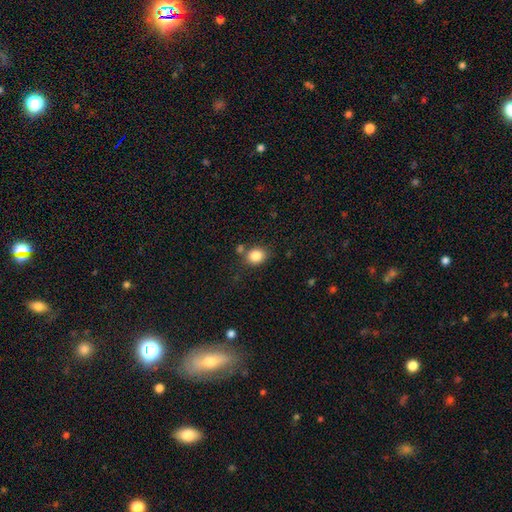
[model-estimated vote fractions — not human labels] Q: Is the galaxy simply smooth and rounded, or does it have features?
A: smooth — 84%.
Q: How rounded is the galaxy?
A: round — 62%.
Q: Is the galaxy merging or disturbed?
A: none — 72%.